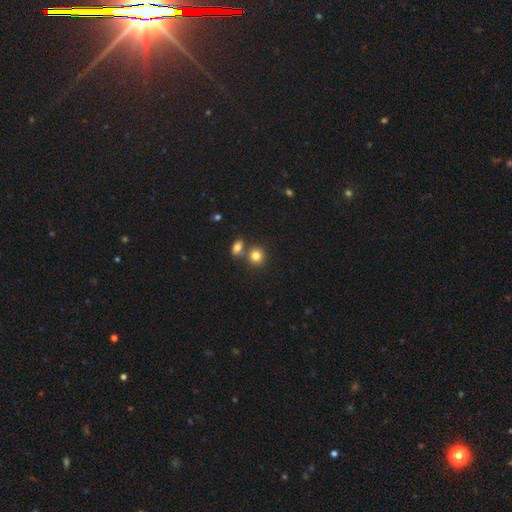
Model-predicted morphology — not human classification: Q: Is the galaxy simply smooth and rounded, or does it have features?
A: smooth — 81%.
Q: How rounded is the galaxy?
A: round — 81%.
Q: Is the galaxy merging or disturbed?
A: none — 61%.